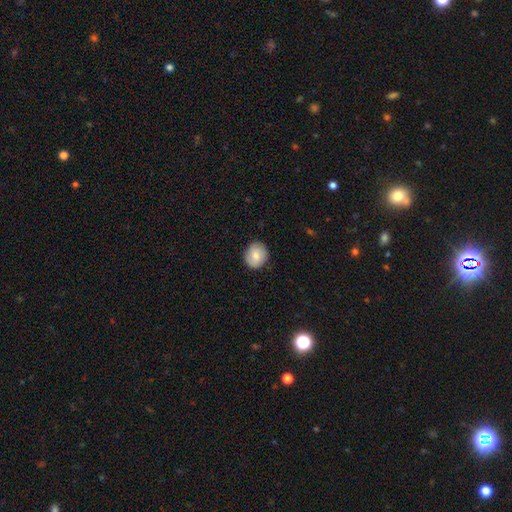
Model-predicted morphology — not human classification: Smooth or featured? smooth (78%)
How rounded? round (75%)
Merging? none (87%)